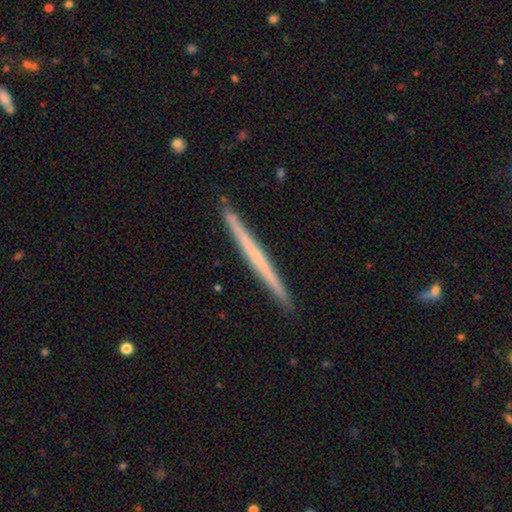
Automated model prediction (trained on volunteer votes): Smooth or featured: featured or disk — 53% (smooth — 42%)
Edge-on disk: yes — 98% (no — 2%)
Edge-on bulge: none — 87% (rounded — 9%)
Merging: none — 93% (minor disturbance — 5%)